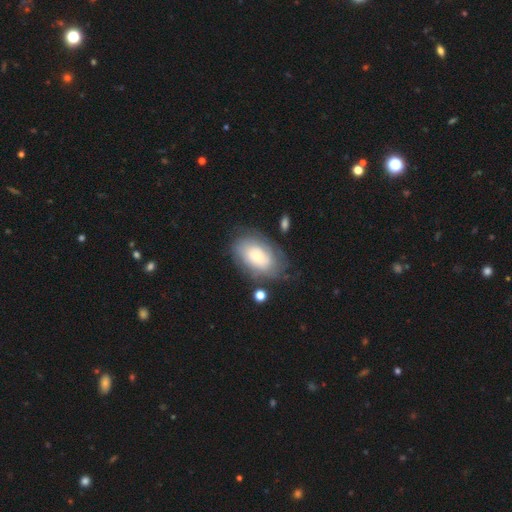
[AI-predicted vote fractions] Smooth or featured? Predicted: smooth (p=0.53). How rounded? Predicted: in between (p=0.89). Merging? Predicted: none (p=0.67).